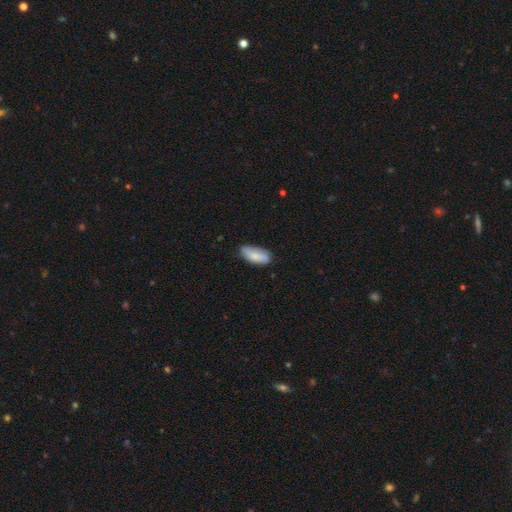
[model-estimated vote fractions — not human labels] Smooth or featured? smooth (81%)
How rounded? in between (88%)
Merging? none (71%)